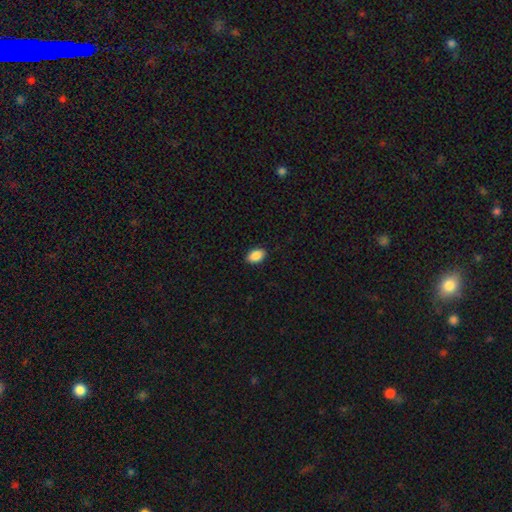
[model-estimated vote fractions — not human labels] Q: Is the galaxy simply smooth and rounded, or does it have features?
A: smooth — 89%.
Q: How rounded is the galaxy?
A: in between — 90%.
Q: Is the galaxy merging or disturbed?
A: none — 90%.